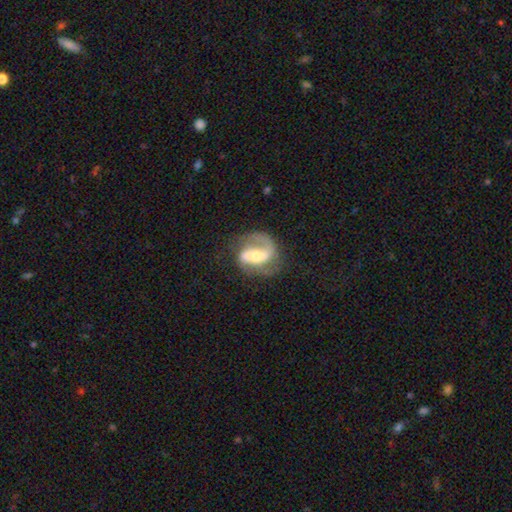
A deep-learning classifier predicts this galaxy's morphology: Smooth or featured? featured or disk (81%)
Edge-on disk? no (97%)
Bar? strong (45%)
Spiral arms? yes (92%)
Spiral winding? medium (47%)
Spiral arm count? 2 (69%)
Bulge size? moderate (50%)
Merging? none (61%)